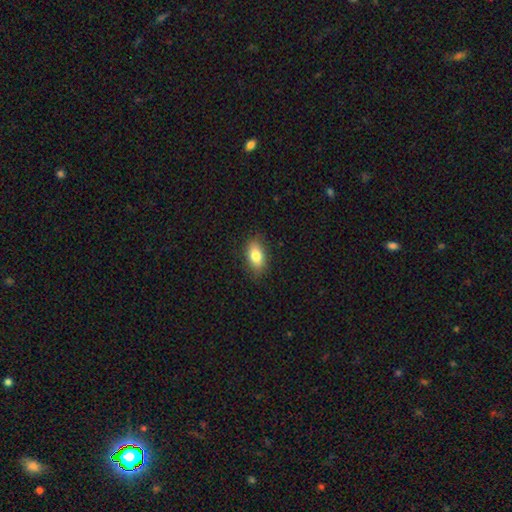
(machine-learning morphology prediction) Q: Smooth or featured?
A: smooth (81%); runner-up: featured or disk (12%)
Q: How rounded?
A: in between (88%); runner-up: round (7%)
Q: Merging?
A: none (85%); runner-up: minor disturbance (12%)